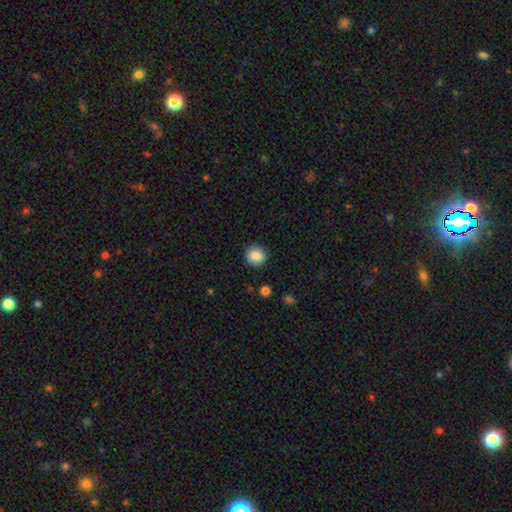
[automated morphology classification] type=smooth (86%); roundness=round (86%); merging=none (89%).